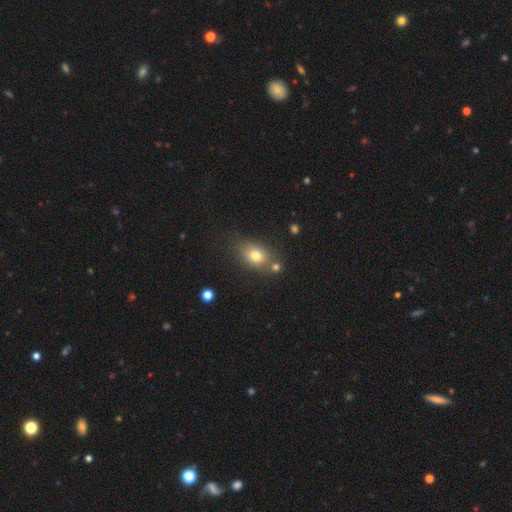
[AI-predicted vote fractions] This appears to be a smooth galaxy with no disk features (76%) that is in between round and cigar-shaped (71%). Merging: none (66%).